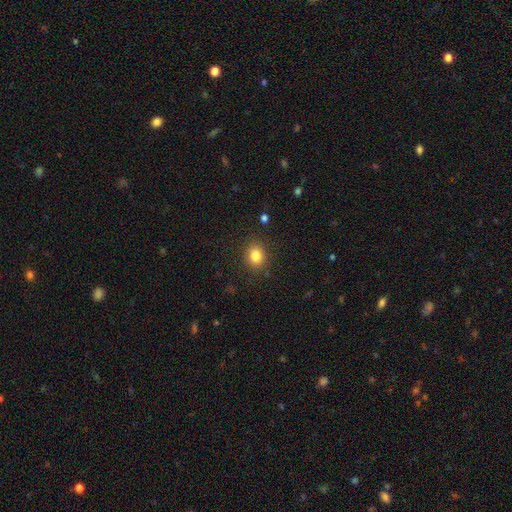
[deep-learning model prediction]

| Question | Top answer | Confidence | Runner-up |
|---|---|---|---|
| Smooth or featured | smooth | 83% | star or artifact (10%) |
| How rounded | round | 52% | in between (47%) |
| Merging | none | 87% | minor disturbance (9%) |